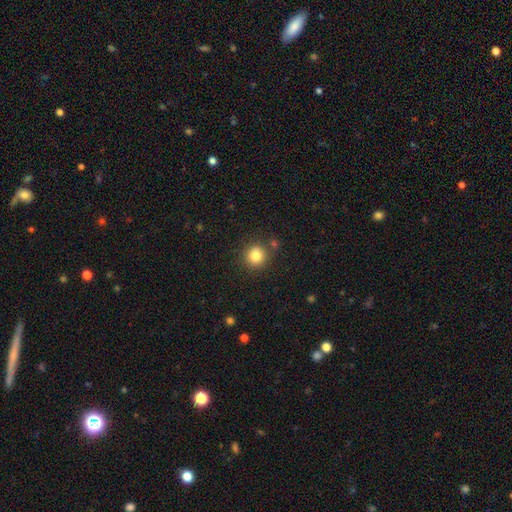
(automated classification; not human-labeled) smooth 83%, star or artifact 12%, featured or disk 6%. Down the decision tree: how rounded — round (92%); merging — none (84%).